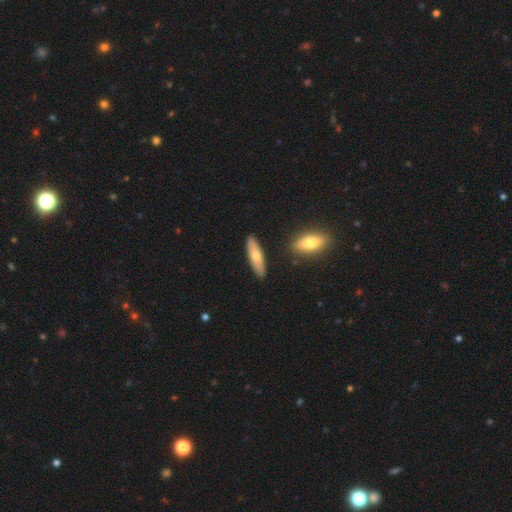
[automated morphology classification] smooth_or_featured: smooth (p=0.62) [alt: featured or disk p=0.32]
how_rounded: cigar-shaped (p=0.57) [alt: in between p=0.40]
merging: none (p=0.87) [alt: minor disturbance p=0.08]